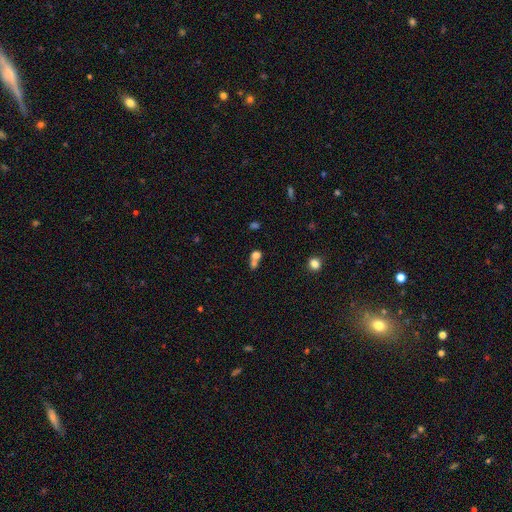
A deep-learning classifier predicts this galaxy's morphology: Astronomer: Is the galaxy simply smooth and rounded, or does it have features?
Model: smooth — 72%.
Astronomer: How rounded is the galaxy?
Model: round — 55% (runner-up: in between, 42%).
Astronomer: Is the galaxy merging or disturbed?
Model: merger — 64%.